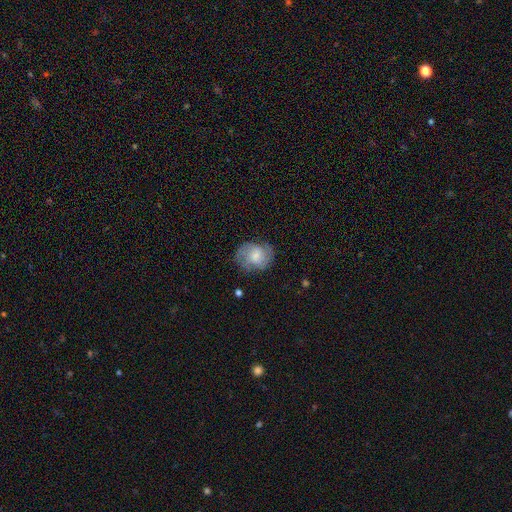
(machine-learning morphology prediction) Smooth or featured? featured or disk (50%)
Merging? none (63%)